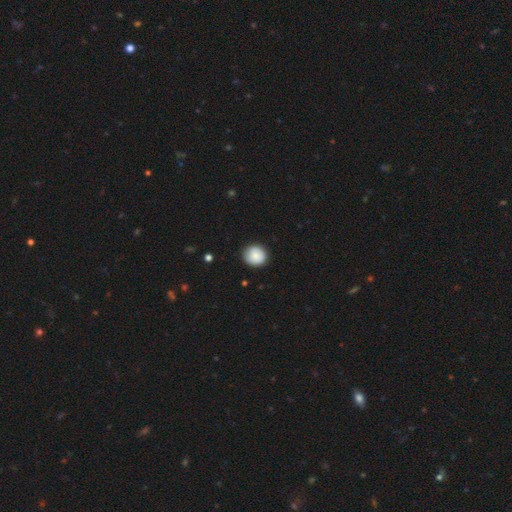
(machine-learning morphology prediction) This appears to be a smooth galaxy with no disk features (85%) that is round (90%). Merging: none (87%).